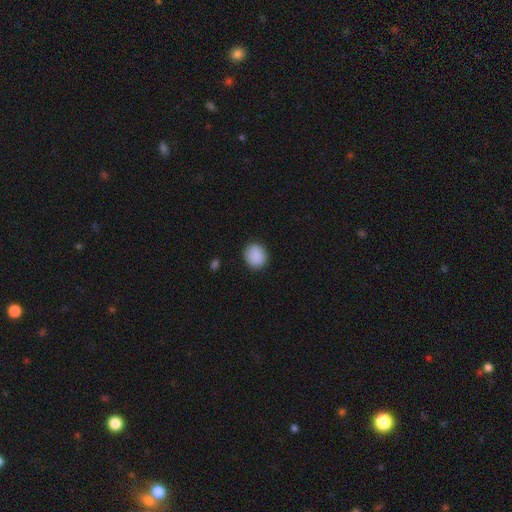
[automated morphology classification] type=smooth (89%); roundness=round (71%); merging=none (87%).